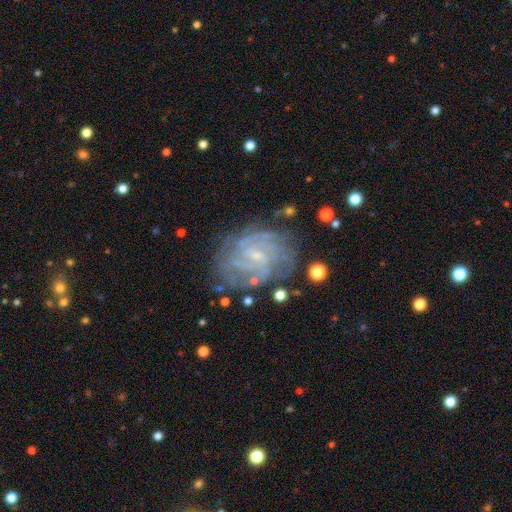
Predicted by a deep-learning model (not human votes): Smooth or featured?
  - featured or disk: 85% *
  - smooth: 8%
  - star or artifact: 7%
Edge-on disk?
  - no: 98% *
  - yes: 2%
Bar?
  - weak: 52% *
  - no: 33%
  - strong: 15%
Spiral arms?
  - yes: 95% *
  - no: 5%
Spiral winding?
  - tight: 63% *
  - medium: 30%
  - loose: 7%
Spiral arm count?
  - can't tell: 34% *
  - 4: 19%
  - 2: 17%
  - 3: 15%
  - more than 4: 9%
  - 1: 6%
Bulge size?
  - small: 77% *
  - moderate: 12%
  - none: 9%
  - large: 1%
  - dominant: 1%
Merging?
  - none: 72% *
  - minor disturbance: 17%
  - major disturbance: 8%
  - merger: 2%